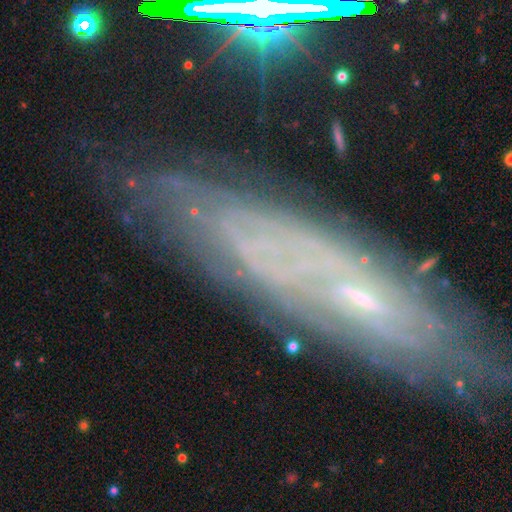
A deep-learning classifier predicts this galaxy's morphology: A featured or disk galaxy (64%).

Vote fractions:
- Smooth or featured? featured or disk: 64% / star or artifact: 19% / smooth: 17%
- Edge-on disk? no: 74% / yes: 26%
- Merging? none: 68% / minor disturbance: 18% / major disturbance: 9% / merger: 4%